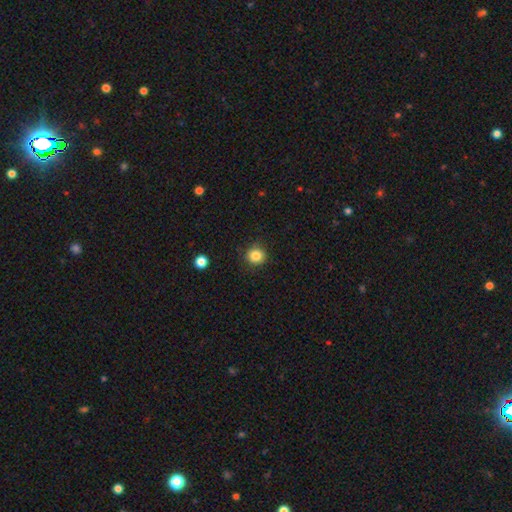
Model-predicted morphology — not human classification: Q: Smooth or featured?
A: smooth (85%); runner-up: star or artifact (11%)
Q: How rounded?
A: round (88%); runner-up: in between (11%)
Q: Merging?
A: none (87%); runner-up: minor disturbance (9%)